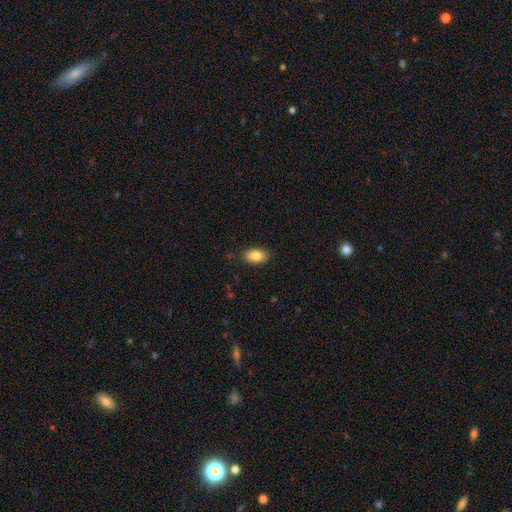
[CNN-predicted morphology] smooth 85%, star or artifact 7%, featured or disk 7%. Down the decision tree: how rounded — in between (91%); merging — none (86%).